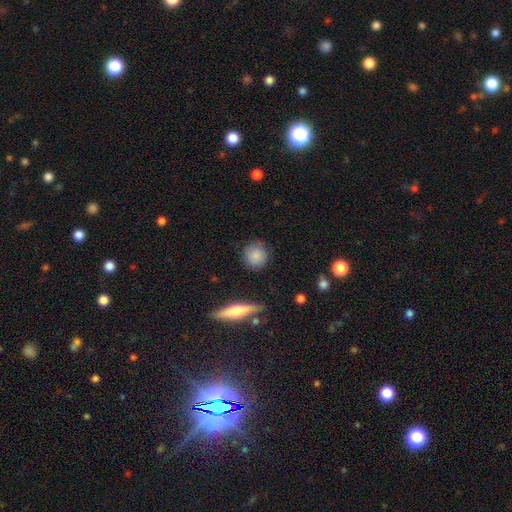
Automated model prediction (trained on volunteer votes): The model was most divided on "merging": none: 82%, minor disturbance: 13%, major disturbance: 3%, merger: 2%. More confident: how rounded — round (85%); smooth or featured — smooth (83%).